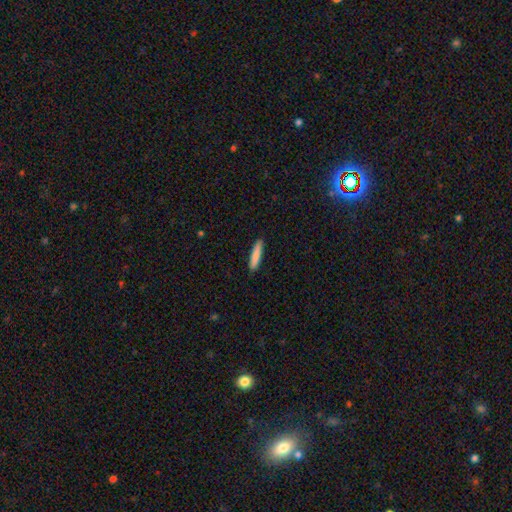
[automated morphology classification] type=smooth (85%); roundness=cigar-shaped (88%); merging=none (89%).